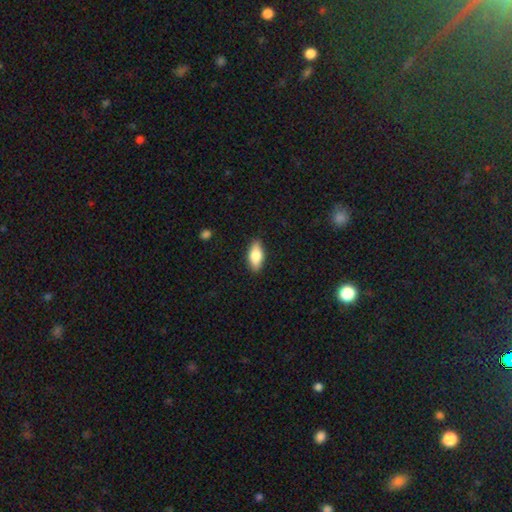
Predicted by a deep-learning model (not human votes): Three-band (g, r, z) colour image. It shows a smooth galaxy with no disk features (74%) that is in between round and cigar-shaped (83%). Merging: none (88%).